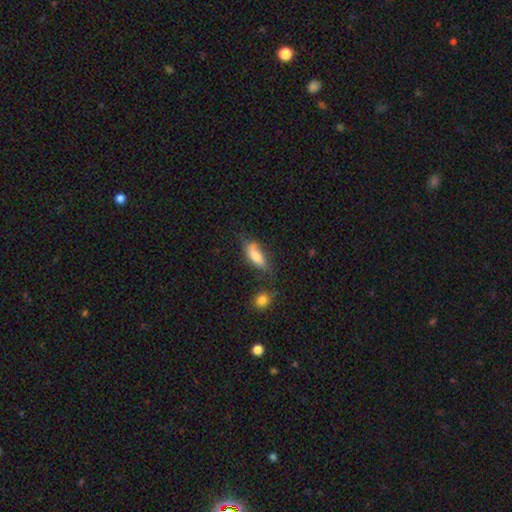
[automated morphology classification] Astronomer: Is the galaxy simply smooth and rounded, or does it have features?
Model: smooth — 73%.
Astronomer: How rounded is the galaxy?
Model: in between — 68%.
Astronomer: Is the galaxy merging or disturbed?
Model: none — 54%.